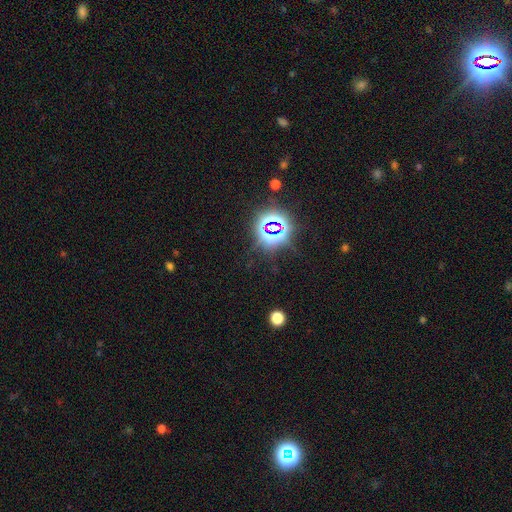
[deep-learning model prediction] This appears to be a star or artifact, not a galaxy (82%).